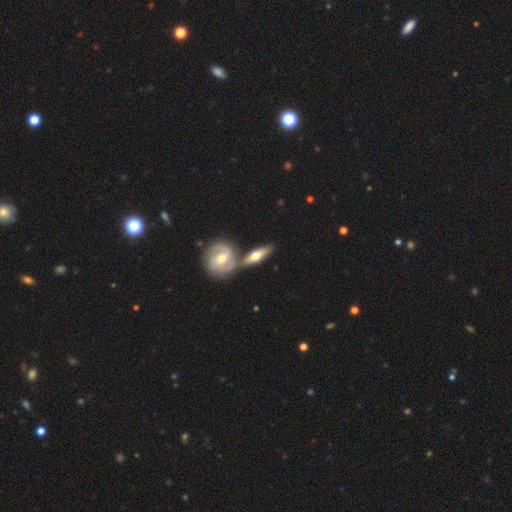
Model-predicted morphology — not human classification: type=featured or disk (60%); edge-on=yes (51%); merging=none (55%).